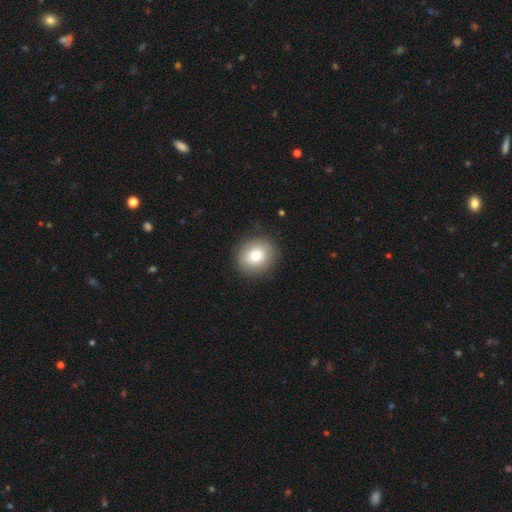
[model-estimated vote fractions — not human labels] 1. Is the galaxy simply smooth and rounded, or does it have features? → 82% smooth, 10% featured or disk, 8% star or artifact.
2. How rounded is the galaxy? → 77% round, 22% in between, 1% cigar-shaped.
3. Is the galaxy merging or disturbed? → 89% none, 8% minor disturbance, 2% major disturbance, 1% merger.